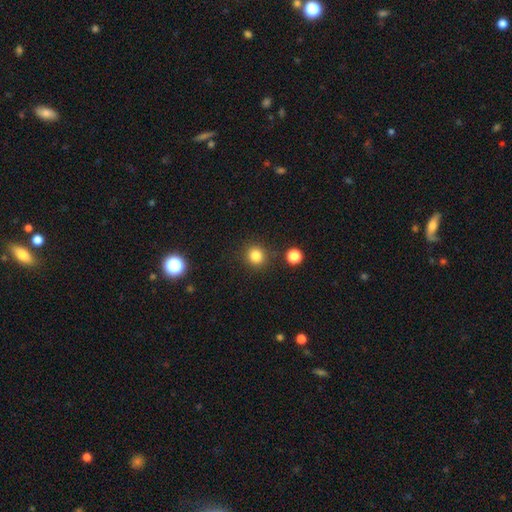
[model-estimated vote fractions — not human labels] Overall: smooth (83%). How rounded: round (91%). Merging: none (86%).